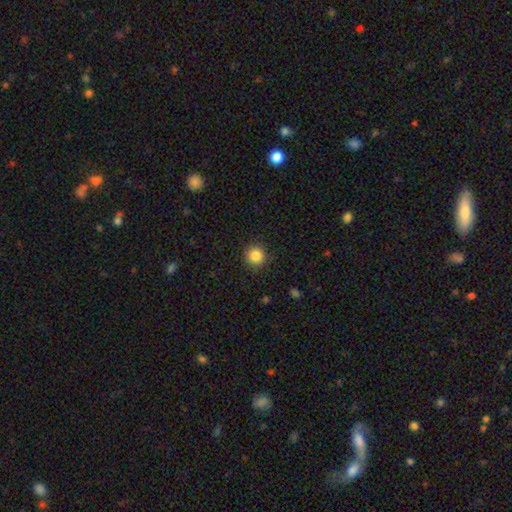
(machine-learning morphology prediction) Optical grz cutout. It shows a smooth galaxy with no disk features (86%) that is round (94%). Merging: none (91%).